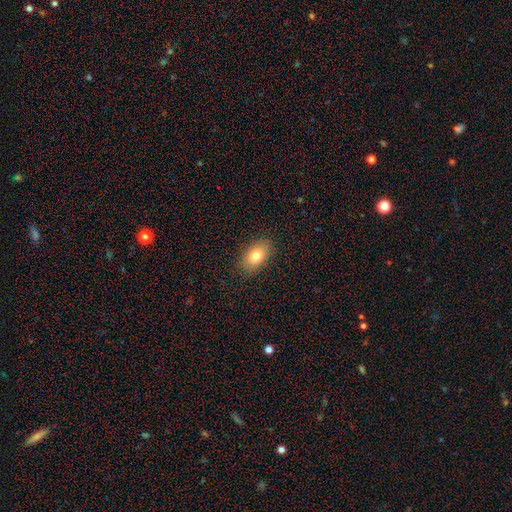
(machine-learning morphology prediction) Smooth or featured?
  - smooth: 80% *
  - featured or disk: 12%
  - star or artifact: 8%
How rounded?
  - in between: 89% *
  - round: 8%
  - cigar-shaped: 2%
Merging?
  - none: 87% *
  - minor disturbance: 9%
  - major disturbance: 3%
  - merger: 1%